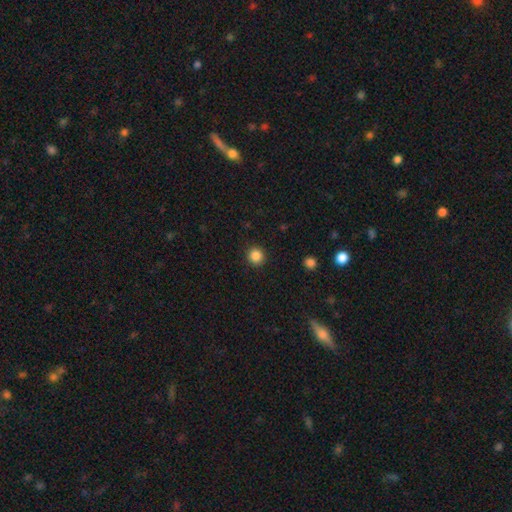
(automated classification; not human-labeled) Smooth or featured?
  - smooth: 86% *
  - star or artifact: 11%
  - featured or disk: 3%
How rounded?
  - round: 93% *
  - in between: 6%
  - cigar-shaped: 1%
Merging?
  - none: 92% *
  - minor disturbance: 5%
  - major disturbance: 2%
  - merger: 1%